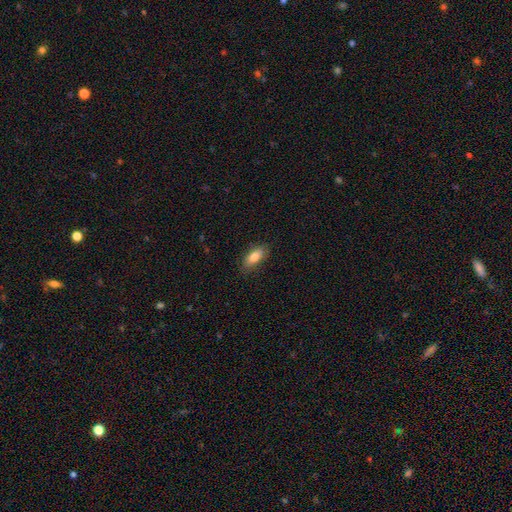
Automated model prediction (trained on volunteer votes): A smooth galaxy with no disk features (83%) that is in between round and cigar-shaped (82%).

Vote fractions:
- Smooth or featured? smooth: 83% / featured or disk: 11% / star or artifact: 7%
- How rounded? in between: 82% / cigar-shaped: 16% / round: 3%
- Merging? none: 82% / minor disturbance: 14% / major disturbance: 3% / merger: 1%